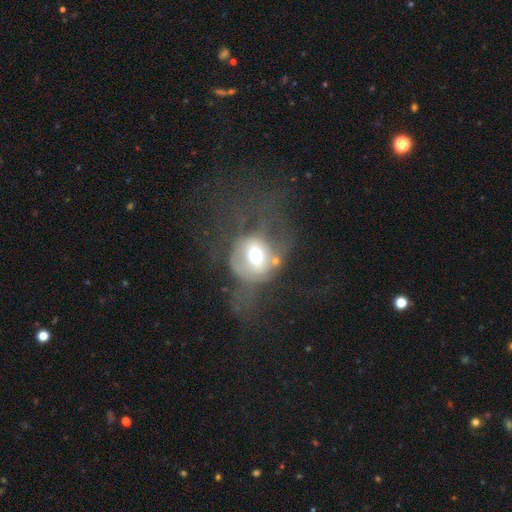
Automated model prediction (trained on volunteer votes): Morphology: type=smooth (47%); merging=major disturbance (44%).